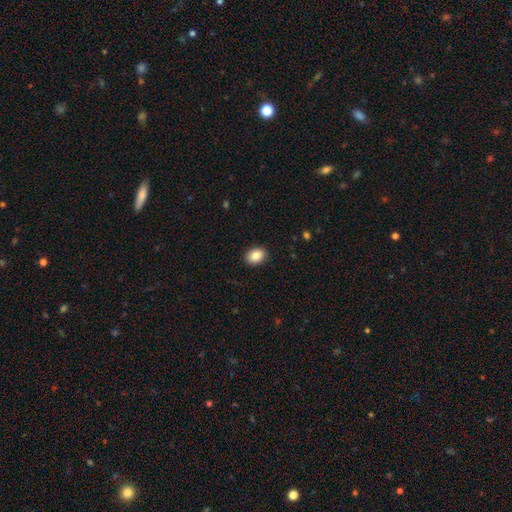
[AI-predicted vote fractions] This is clearly a smooth galaxy (87%). How rounded: likely in between (70%). Merging: clearly none (90%).